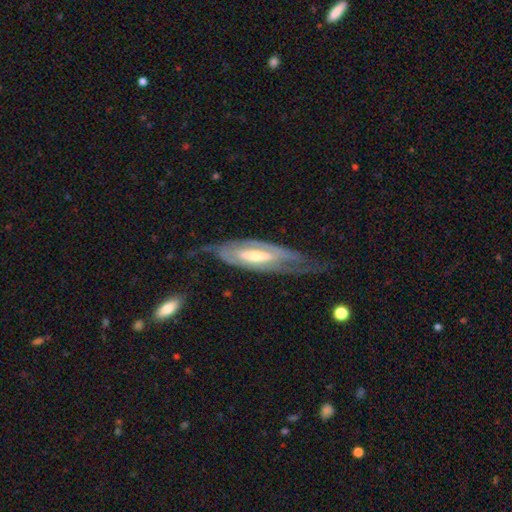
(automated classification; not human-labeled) Smooth or featured: featured or disk — 82% (smooth — 14%)
Edge-on disk: no — 79% (yes — 21%)
Bar: weak — 37% (strong — 32%)
Spiral arms: yes — 86% (no — 14%)
Spiral winding: tight — 43% (medium — 39%)
Spiral arm count: 2 — 69% (can't tell — 20%)
Bulge size: moderate — 56% (small — 24%)
Merging: none — 57% (minor disturbance — 21%)